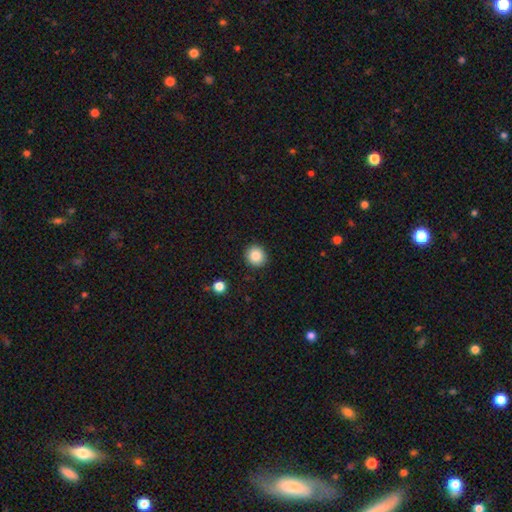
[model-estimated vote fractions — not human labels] Smooth or featured? Predicted: smooth (p=0.86). How rounded? Predicted: round (p=0.89). Merging? Predicted: none (p=0.90).